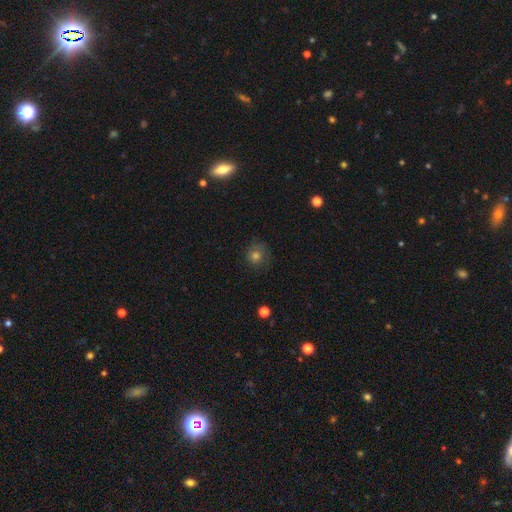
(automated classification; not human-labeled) This is likely a smooth galaxy (66%). How rounded: clearly round (85%). Merging: likely none (73%).